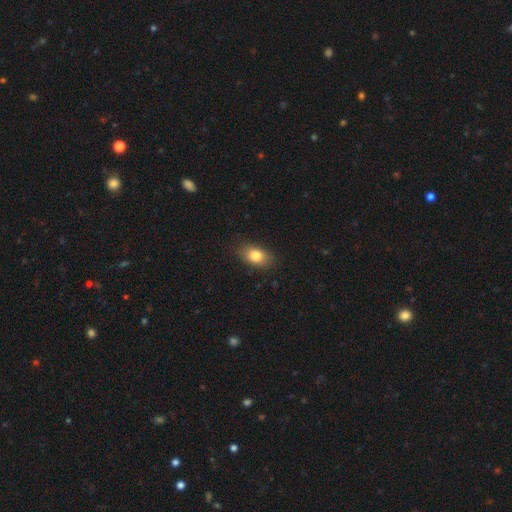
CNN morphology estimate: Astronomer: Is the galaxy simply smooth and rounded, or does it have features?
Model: smooth — 81%.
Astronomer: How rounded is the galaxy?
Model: in between — 84%.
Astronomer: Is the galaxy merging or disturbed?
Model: none — 85%.